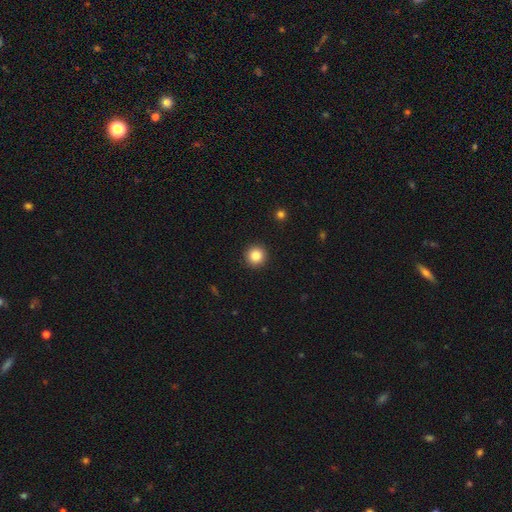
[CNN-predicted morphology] Smooth or featured: smooth — 85% (star or artifact — 10%)
How rounded: round — 95% (in between — 4%)
Merging: none — 93% (minor disturbance — 5%)